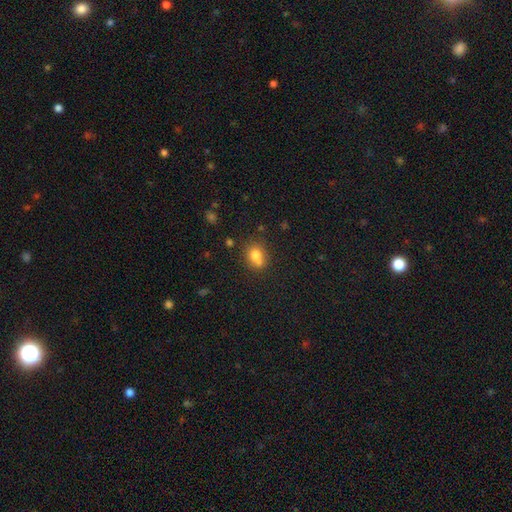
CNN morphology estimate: A smooth galaxy with no disk features (75%) that is round (60%).

Vote fractions:
- Smooth or featured? smooth: 75% / featured or disk: 13% / star or artifact: 12%
- How rounded? round: 60% / in between: 39% / cigar-shaped: 1%
- Merging? none: 47% / merger: 34% / minor disturbance: 14% / major disturbance: 5%